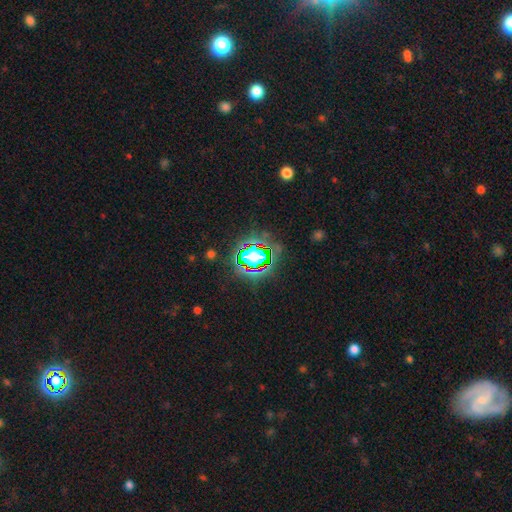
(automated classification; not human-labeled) This is likely a star or artifact rather than a galaxy (65%).